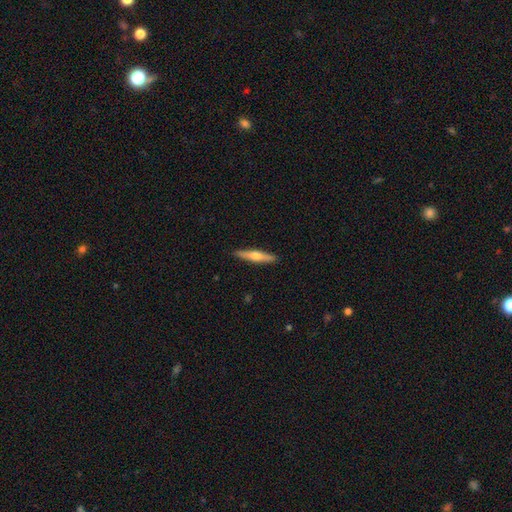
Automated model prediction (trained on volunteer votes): This is possibly a featured or disk galaxy (52%). It is clearly viewed edge-on (96%). Edge-on bulge: clearly rounded (88%). Merging: clearly none (91%).